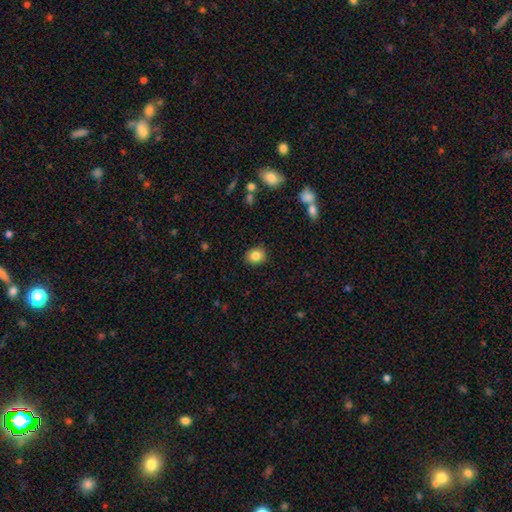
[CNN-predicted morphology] This appears to be a smooth galaxy with no disk features (83%) that is round (59%). Merging: none (88%).